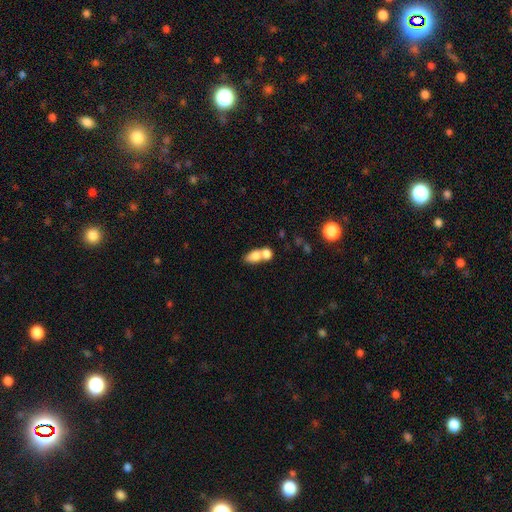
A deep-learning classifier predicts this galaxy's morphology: A smooth galaxy with no disk features (76%) that is in between round and cigar-shaped (78%). Merging: merger (65%).